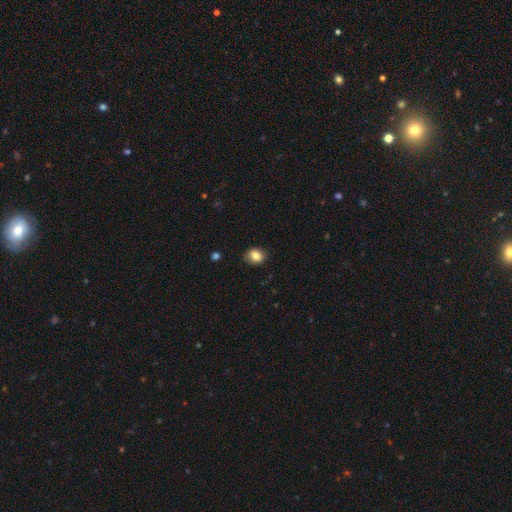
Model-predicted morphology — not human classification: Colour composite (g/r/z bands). It shows a smooth galaxy with no disk features (82%) that is round (53%). Merging: none (81%).